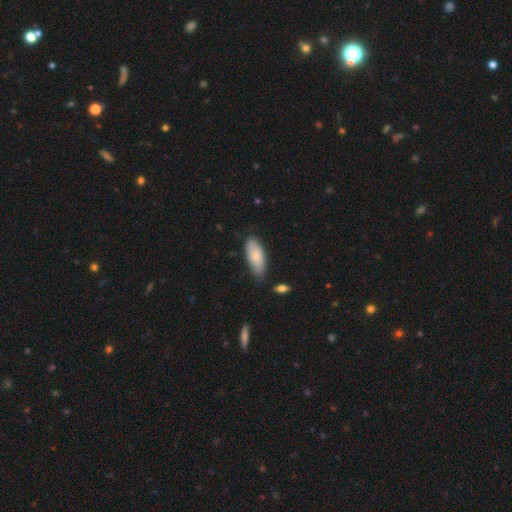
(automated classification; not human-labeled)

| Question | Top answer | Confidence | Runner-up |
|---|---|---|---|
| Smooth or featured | smooth | 80% | featured or disk (14%) |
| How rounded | in between | 81% | cigar-shaped (17%) |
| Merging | none | 69% | minor disturbance (24%) |